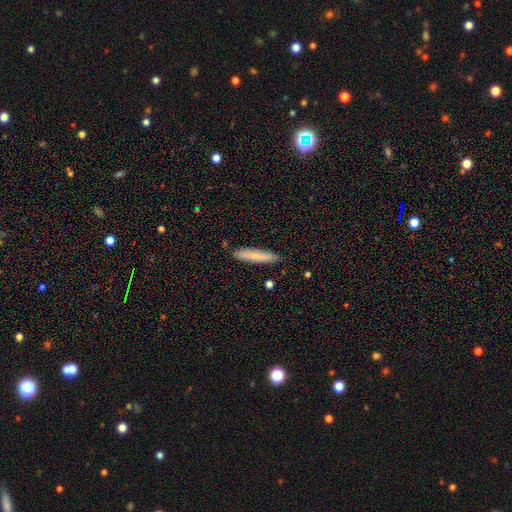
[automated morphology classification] The model was most divided on "smooth or featured": smooth: 75%, featured or disk: 18%, star or artifact: 6%. More confident: how rounded — cigar-shaped (90%); merging — none (87%).